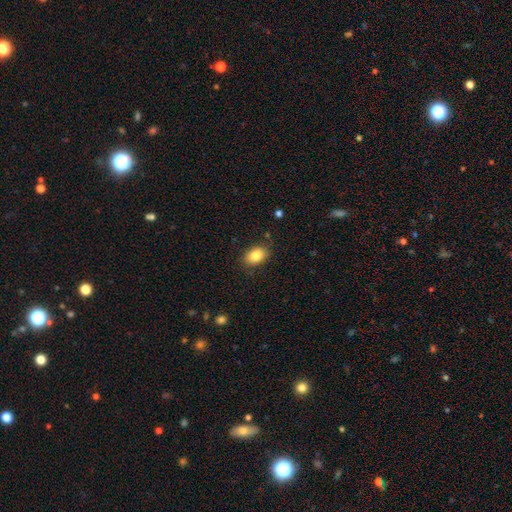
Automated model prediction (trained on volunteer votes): smooth 84%, star or artifact 8%, featured or disk 8%. Down the decision tree: how rounded — in between (81%); merging — none (82%).